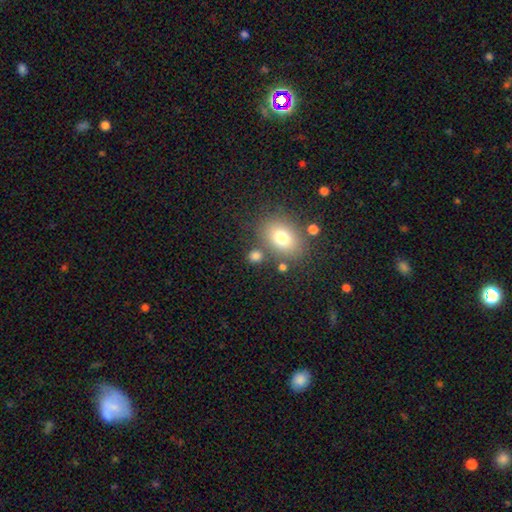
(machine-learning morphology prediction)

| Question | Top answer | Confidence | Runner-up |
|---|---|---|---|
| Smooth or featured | smooth | 78% | star or artifact (13%) |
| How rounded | round | 57% | in between (41%) |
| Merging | none | 73% | merger (11%) |